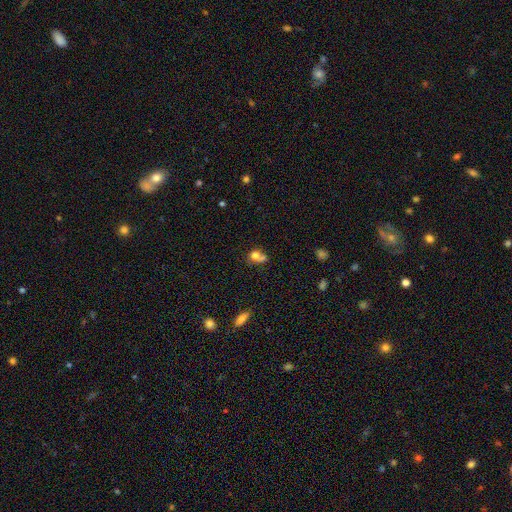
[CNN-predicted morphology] smooth-or-featured: smooth: 72% | featured or disk: 15% | star or artifact: 12%
  how-rounded: round: 68% | in between: 30% | cigar-shaped: 2%
  merging: merger: 48% | none: 32% | minor disturbance: 12% | major disturbance: 8%